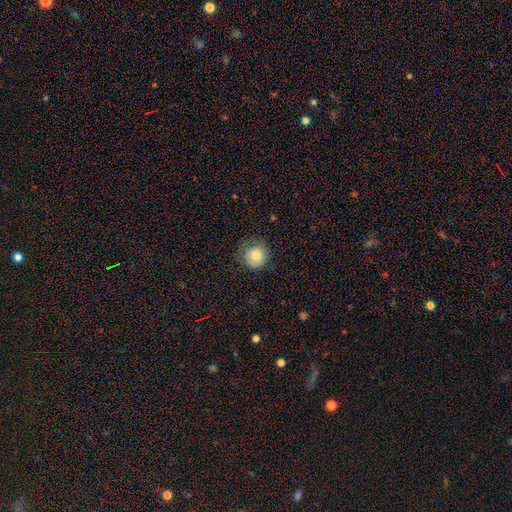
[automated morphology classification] smooth 77%, featured or disk 14%, star or artifact 9%. Down the decision tree: how rounded — round (91%); merging — none (68%).